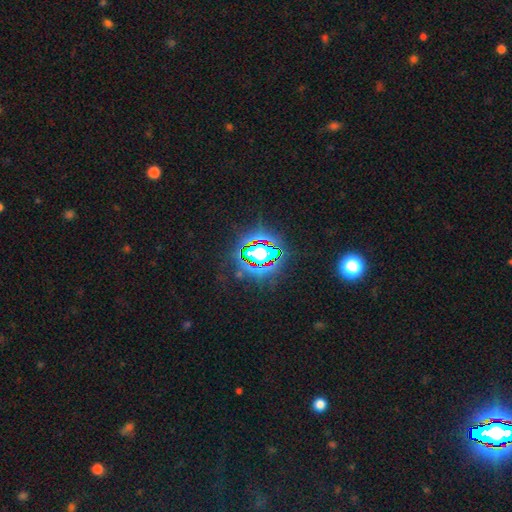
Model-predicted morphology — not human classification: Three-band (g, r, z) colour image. It shows a star or artifact, not a galaxy (82%).